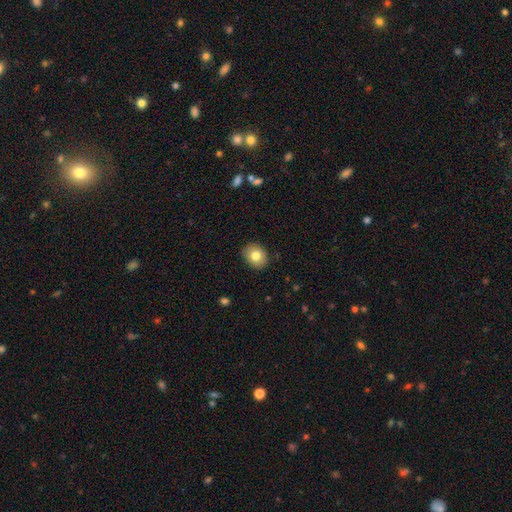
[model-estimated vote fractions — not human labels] A smooth galaxy with no disk features (79%) that is round (53%). Merging: none (88%).